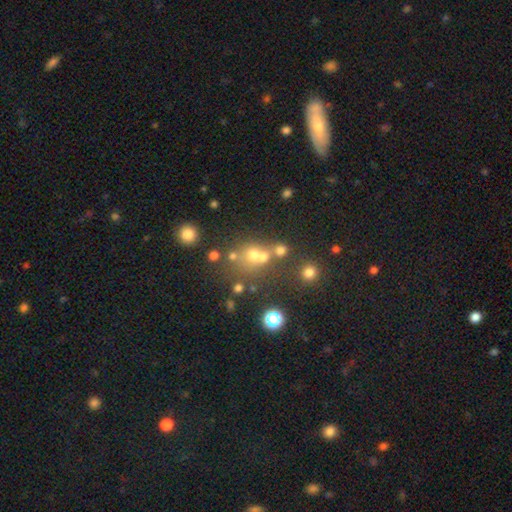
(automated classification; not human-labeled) smooth-or-featured: smooth: 53% | star or artifact: 30% | featured or disk: 17%
  how-rounded: round: 79% | in between: 19% | cigar-shaped: 1%
  merging: none: 49% | merger: 36% | minor disturbance: 9% | major disturbance: 6%